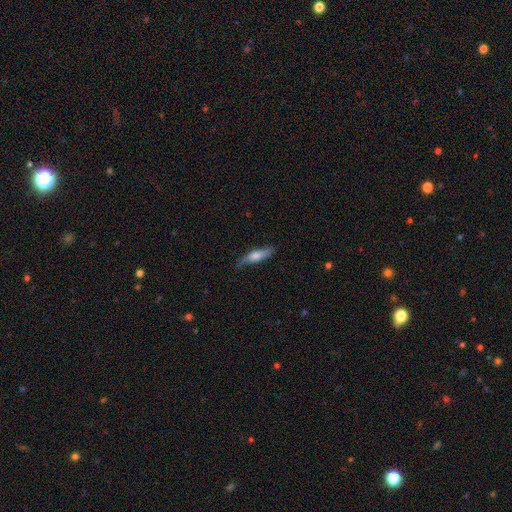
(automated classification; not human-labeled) Overall: smooth (54%; featured or disk 40%). How rounded: cigar-shaped (74%). Merging: none (72%).